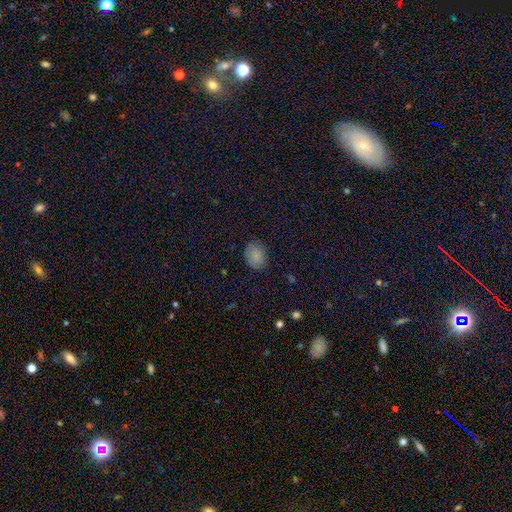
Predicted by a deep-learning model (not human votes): Morphology: type=smooth (83%); roundness=in between (58%); merging=none (82%).